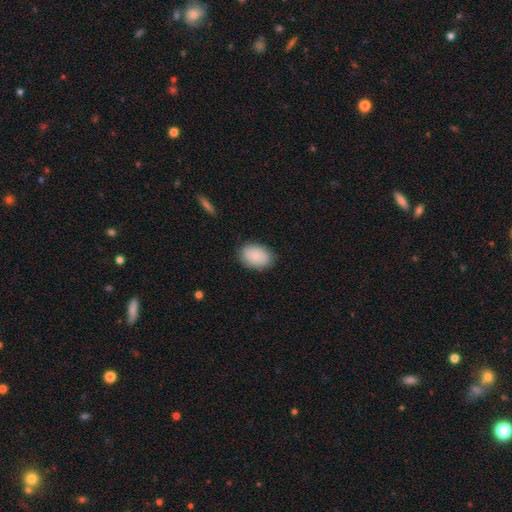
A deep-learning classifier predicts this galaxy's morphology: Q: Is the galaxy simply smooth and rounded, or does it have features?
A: smooth — 88%.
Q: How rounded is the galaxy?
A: in between — 82%.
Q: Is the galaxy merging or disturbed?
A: none — 83%.